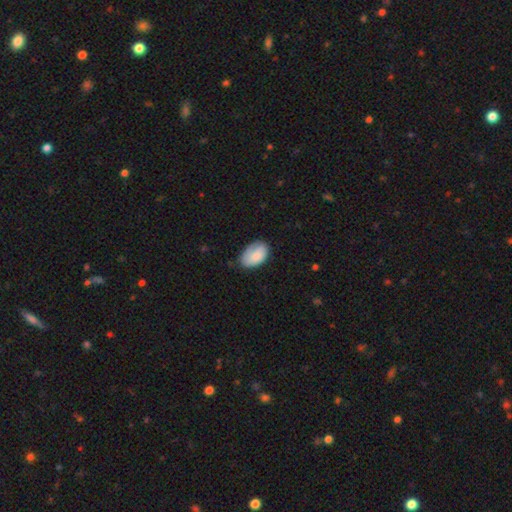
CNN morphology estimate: A smooth galaxy with no disk features (78%) that is in between round and cigar-shaped (90%).

Vote fractions:
- Smooth or featured? smooth: 78% / featured or disk: 16% / star or artifact: 6%
- How rounded? in between: 90% / round: 9% / cigar-shaped: 1%
- Merging? none: 63% / minor disturbance: 28% / major disturbance: 8% / merger: 2%